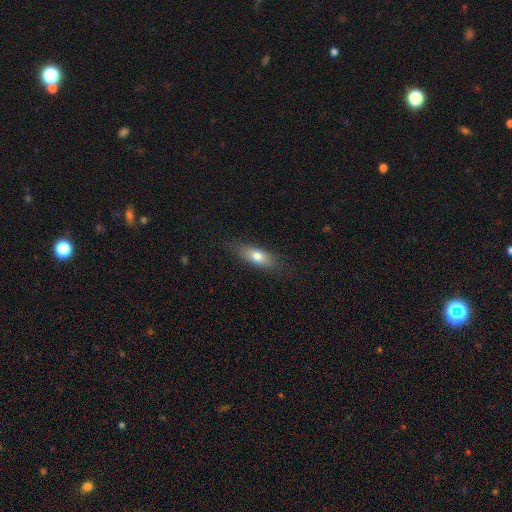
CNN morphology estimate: Smooth or featured?
  - smooth: 69% *
  - featured or disk: 24%
  - star or artifact: 8%
How rounded?
  - in between: 53% *
  - cigar-shaped: 43%
  - round: 4%
Merging?
  - none: 83% *
  - minor disturbance: 13%
  - major disturbance: 3%
  - merger: 1%